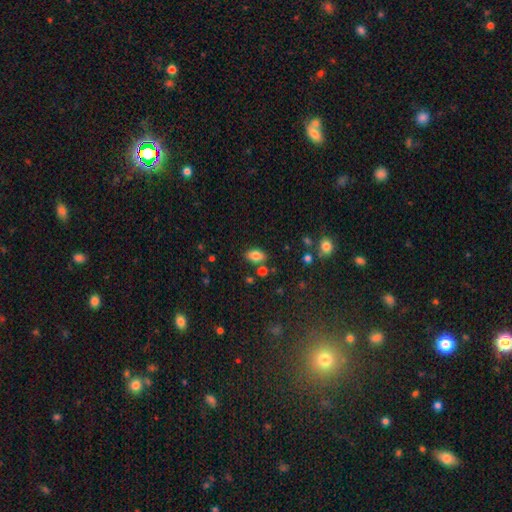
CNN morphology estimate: type=smooth (81%); roundness=in between (90%); merging=none (80%).